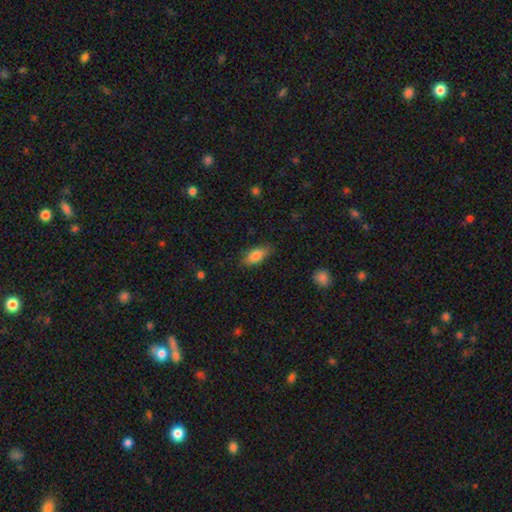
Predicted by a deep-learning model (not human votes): smooth_or_featured: smooth (p=0.81) [alt: featured or disk p=0.12]
how_rounded: in between (p=0.83) [alt: cigar-shaped p=0.14]
merging: none (p=0.82) [alt: minor disturbance p=0.14]